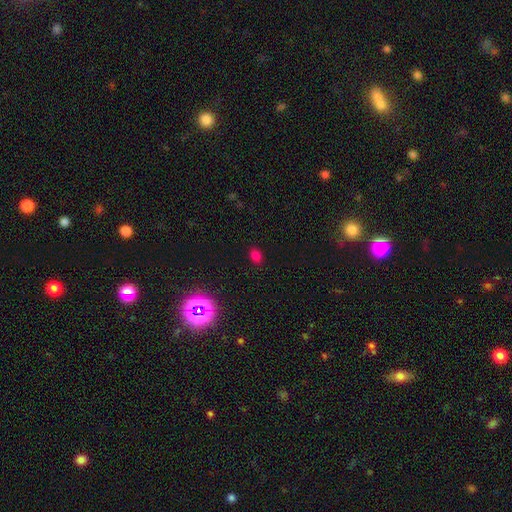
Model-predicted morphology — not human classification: type=smooth (71%); roundness=in between (58%); merging=none (87%).